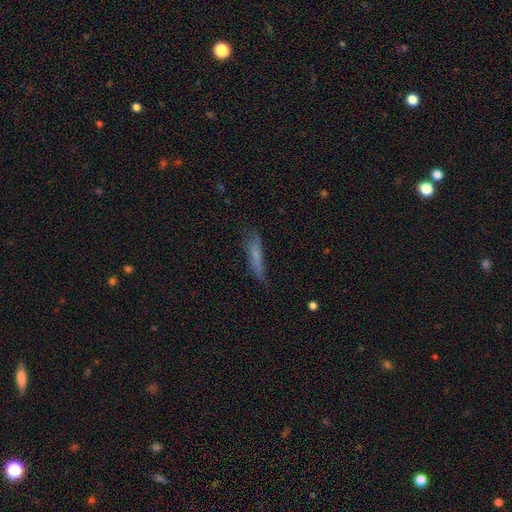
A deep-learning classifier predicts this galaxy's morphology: Q: Smooth or featured?
A: smooth (59%); runner-up: featured or disk (32%)
Q: How rounded?
A: cigar-shaped (81%); runner-up: in between (17%)
Q: Merging?
A: none (59%); runner-up: minor disturbance (28%)